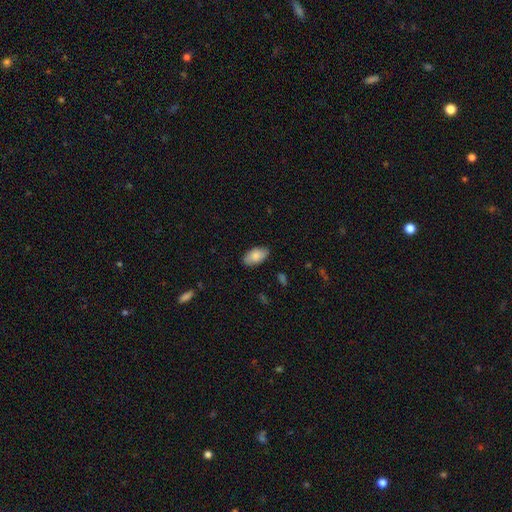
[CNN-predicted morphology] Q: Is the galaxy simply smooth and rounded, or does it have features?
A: smooth — 83%.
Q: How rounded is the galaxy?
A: in between — 94%.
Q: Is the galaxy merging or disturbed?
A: none — 82%.